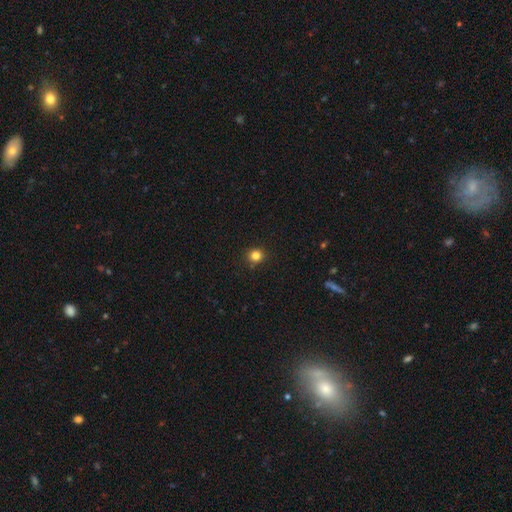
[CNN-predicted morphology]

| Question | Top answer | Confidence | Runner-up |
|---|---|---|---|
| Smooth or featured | smooth | 83% | star or artifact (13%) |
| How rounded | round | 90% | in between (9%) |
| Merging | none | 90% | minor disturbance (7%) |